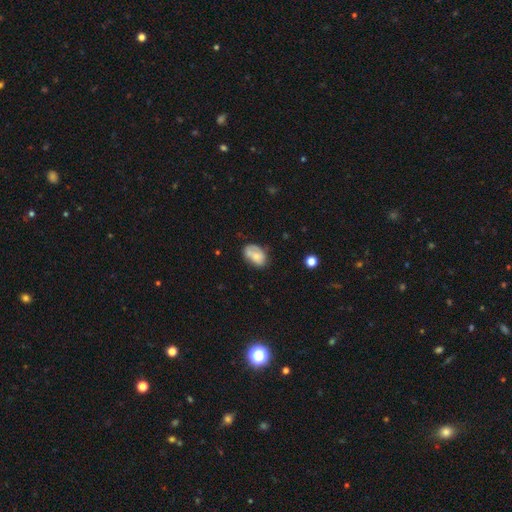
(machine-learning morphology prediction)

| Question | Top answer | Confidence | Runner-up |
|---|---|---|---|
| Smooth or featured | smooth | 61% | featured or disk (30%) |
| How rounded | in between | 86% | round (13%) |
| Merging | none | 46% | minor disturbance (32%) |